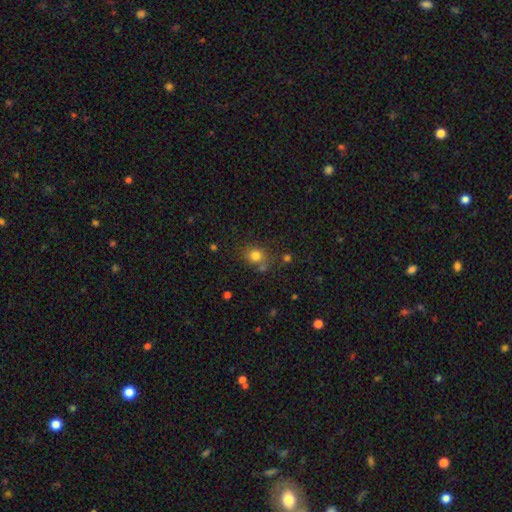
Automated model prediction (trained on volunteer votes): Smooth or featured? Predicted: smooth (p=0.79). How rounded? Predicted: round (p=0.73). Merging? Predicted: none (p=0.68).